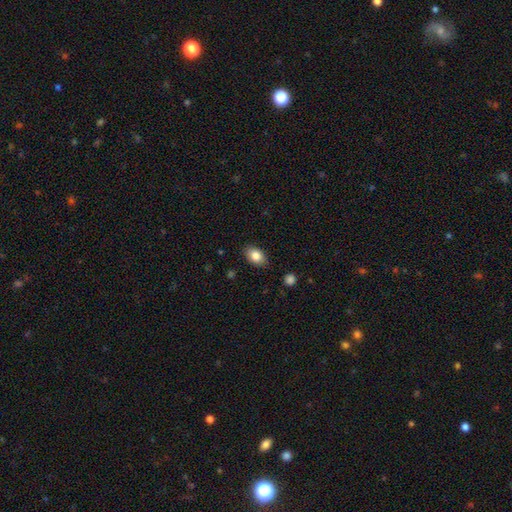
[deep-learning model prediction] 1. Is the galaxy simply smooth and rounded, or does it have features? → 84% smooth, 8% featured or disk, 8% star or artifact.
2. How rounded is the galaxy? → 86% in between, 13% round, 1% cigar-shaped.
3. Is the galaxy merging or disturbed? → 86% none, 10% minor disturbance, 2% major disturbance, 1% merger.